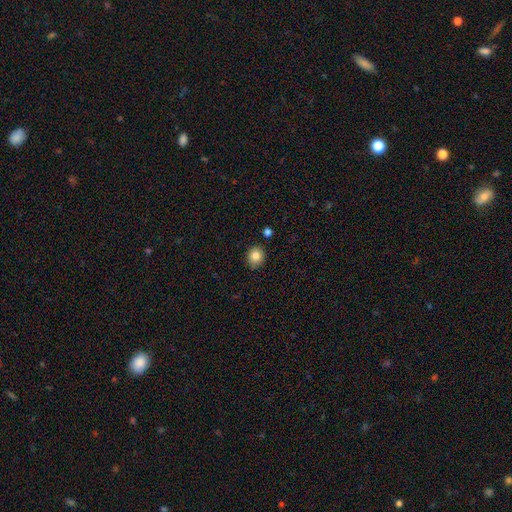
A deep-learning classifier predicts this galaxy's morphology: Smooth or featured: smooth — 84% (star or artifact — 10%)
How rounded: round — 80% (in between — 19%)
Merging: none — 86% (minor disturbance — 9%)